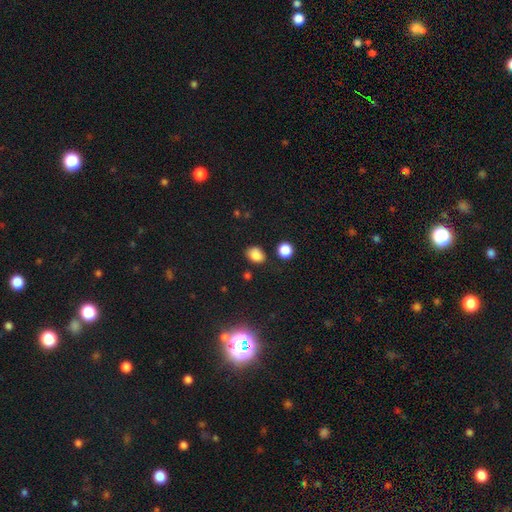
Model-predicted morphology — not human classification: This is clearly a smooth galaxy (83%). How rounded: likely in between (64%). Merging: likely none (77%).